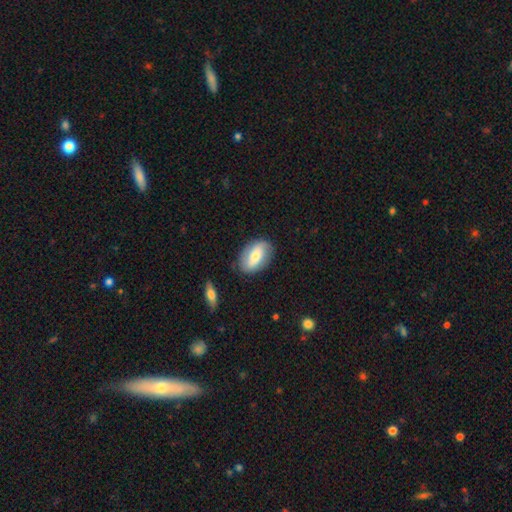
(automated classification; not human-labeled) This is possibly a smooth galaxy (59%). How rounded: clearly in between (89%). Merging: likely none (79%).